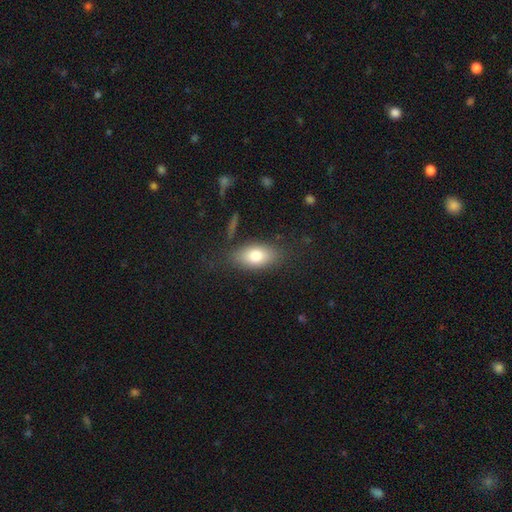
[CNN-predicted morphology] Smooth or featured? Predicted: smooth (p=0.77). How rounded? Predicted: in between (p=0.88). Merging? Predicted: none (p=0.79).